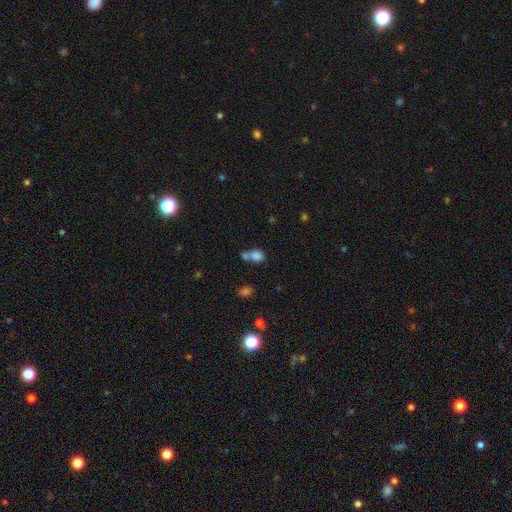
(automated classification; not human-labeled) A smooth galaxy with no disk features (80%) that is in between round and cigar-shaped (62%).

Vote fractions:
- Smooth or featured? smooth: 80% / star or artifact: 11% / featured or disk: 9%
- How rounded? in between: 62% / round: 36% / cigar-shaped: 2%
- Merging? merger: 53% / none: 33% / minor disturbance: 9% / major disturbance: 5%